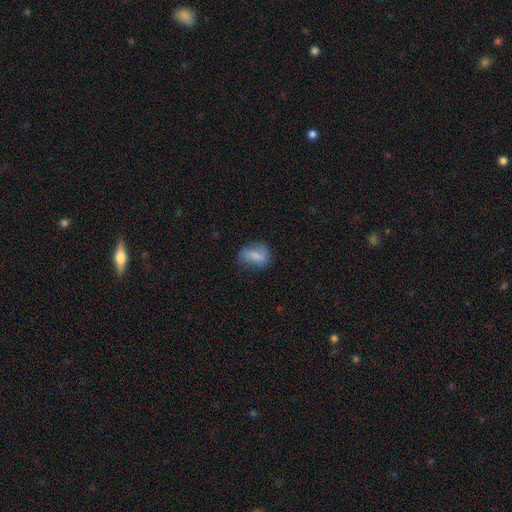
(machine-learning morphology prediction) This is likely a smooth galaxy (70%). How rounded: likely in between (77%). Merging: possibly none (56%).